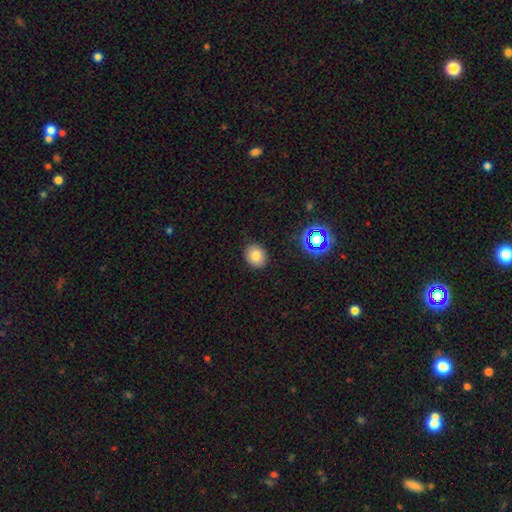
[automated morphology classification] This appears to be a smooth galaxy with no disk features (79%) that is round (62%). Merging: none (87%).